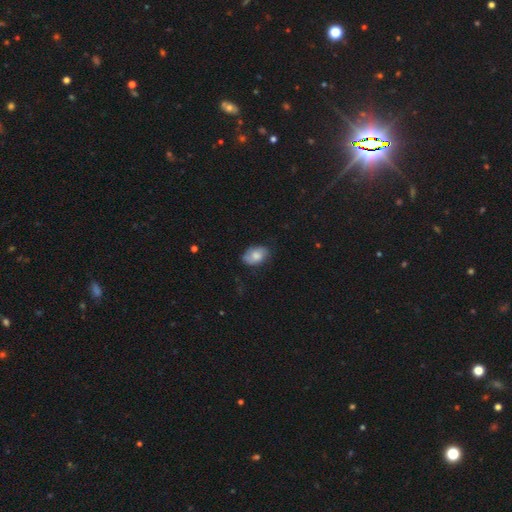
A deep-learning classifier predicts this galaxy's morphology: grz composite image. It shows a smooth galaxy with no disk features (66%) that is in between round and cigar-shaped (84%). Merging: none (68%).